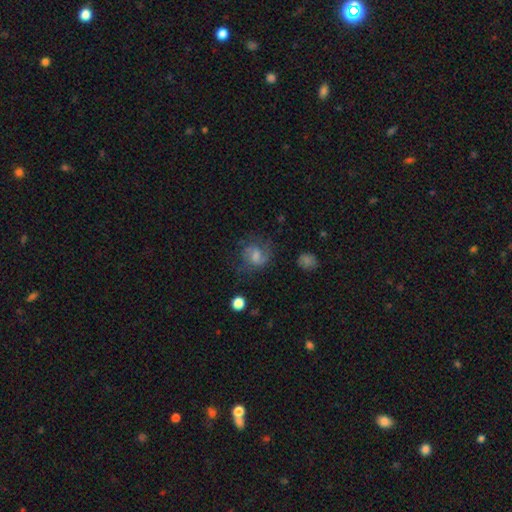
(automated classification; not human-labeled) smooth-or-featured: featured or disk: 49% | smooth: 36% | star or artifact: 15%
  merging: none: 64% | minor disturbance: 20% | major disturbance: 14% | merger: 2%